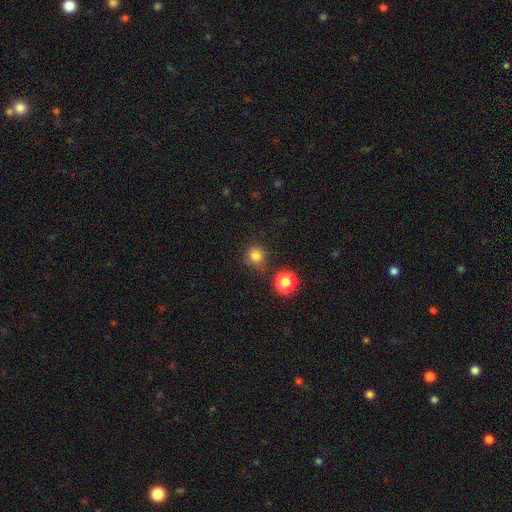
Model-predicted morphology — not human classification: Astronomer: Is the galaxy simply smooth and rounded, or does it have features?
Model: smooth — 80%.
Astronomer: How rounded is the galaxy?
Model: round — 87%.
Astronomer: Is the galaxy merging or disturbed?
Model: none — 74%.